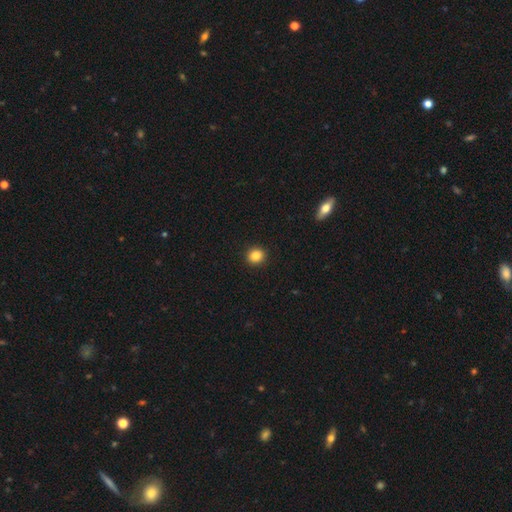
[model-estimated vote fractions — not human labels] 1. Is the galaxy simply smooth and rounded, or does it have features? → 85% smooth, 10% star or artifact, 4% featured or disk.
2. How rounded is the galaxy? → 86% round, 14% in between, 1% cigar-shaped.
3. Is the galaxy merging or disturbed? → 92% none, 5% minor disturbance, 2% major disturbance, 1% merger.